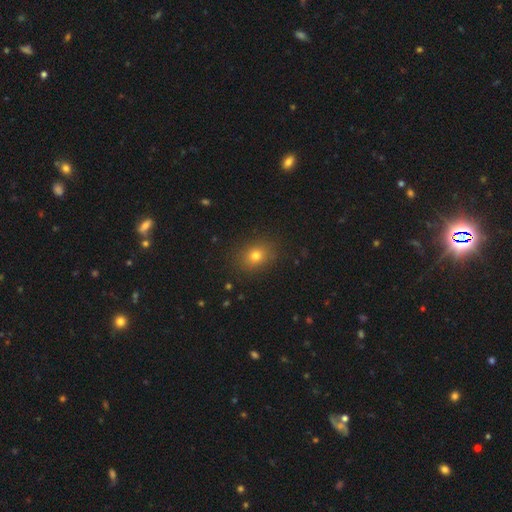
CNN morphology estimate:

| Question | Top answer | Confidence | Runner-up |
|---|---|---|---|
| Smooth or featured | smooth | 76% | star or artifact (15%) |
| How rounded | round | 50% | in between (49%) |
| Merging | none | 86% | minor disturbance (9%) |